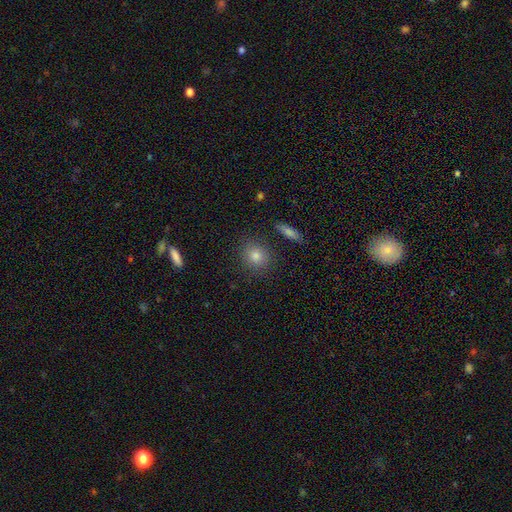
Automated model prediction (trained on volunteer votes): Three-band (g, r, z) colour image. It shows a smooth galaxy with no disk features (79%) that is round (80%). Merging: none (87%).